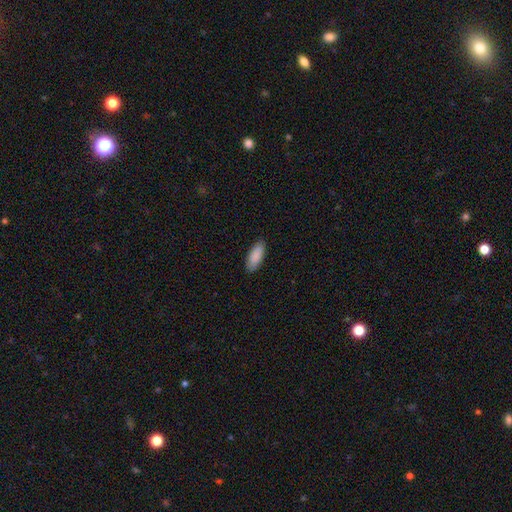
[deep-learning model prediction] Morphology: type=smooth (90%); roundness=in between (81%); merging=none (88%).